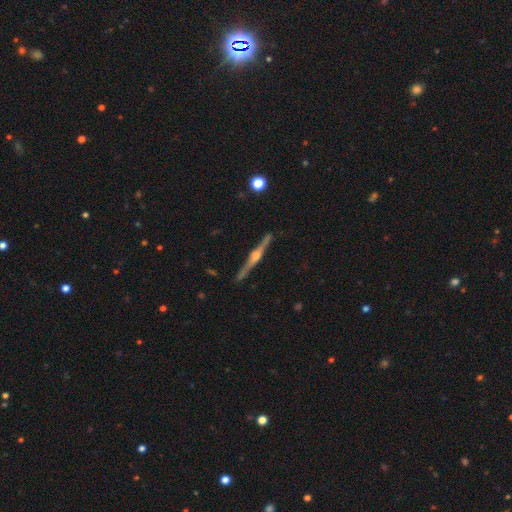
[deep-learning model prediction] smooth-or-featured: featured or disk: 86% | smooth: 9% | star or artifact: 5%
  disk-edge-on: yes: 99% | no: 1%
    edge-on-bulge: rounded: 90% | boxy: 6% | none: 4%
  merging: none: 92% | minor disturbance: 6% | major disturbance: 1% | merger: 1%